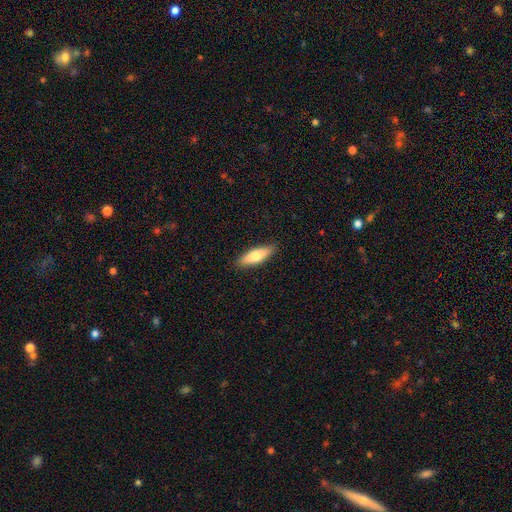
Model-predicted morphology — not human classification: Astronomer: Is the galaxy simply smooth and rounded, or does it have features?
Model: smooth — 67%.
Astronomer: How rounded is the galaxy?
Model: cigar-shaped — 51% (runner-up: in between, 47%).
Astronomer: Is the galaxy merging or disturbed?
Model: none — 90%.